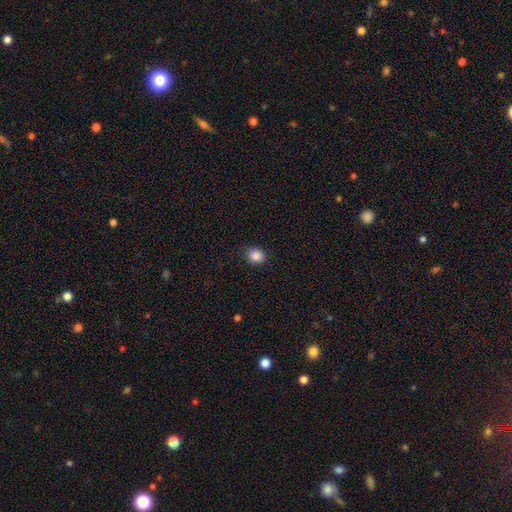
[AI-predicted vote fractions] Overall: smooth (86%). How rounded: round (68%; in between 32%). Merging: none (78%).